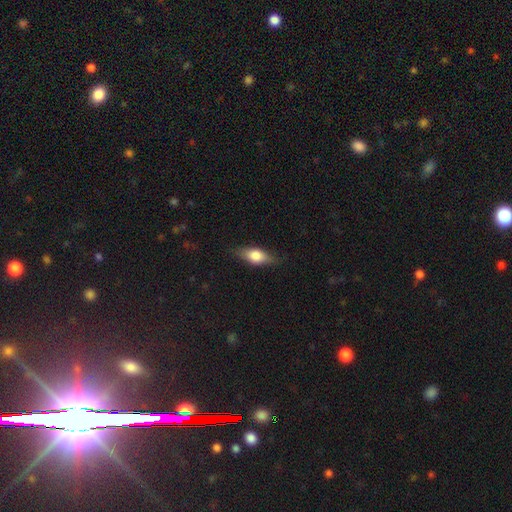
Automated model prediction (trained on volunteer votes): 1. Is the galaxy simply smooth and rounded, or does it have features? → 68% smooth, 25% featured or disk, 7% star or artifact.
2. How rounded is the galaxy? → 77% in between, 18% cigar-shaped, 5% round.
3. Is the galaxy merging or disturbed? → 80% none, 16% minor disturbance, 3% major disturbance, 1% merger.